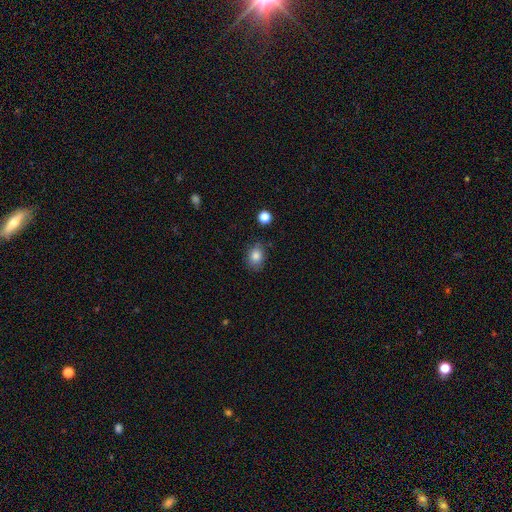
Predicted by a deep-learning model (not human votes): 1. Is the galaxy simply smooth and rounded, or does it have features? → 83% smooth, 10% star or artifact, 7% featured or disk.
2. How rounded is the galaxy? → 57% in between, 42% round, 1% cigar-shaped.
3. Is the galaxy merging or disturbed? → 77% none, 17% minor disturbance, 4% major disturbance, 2% merger.